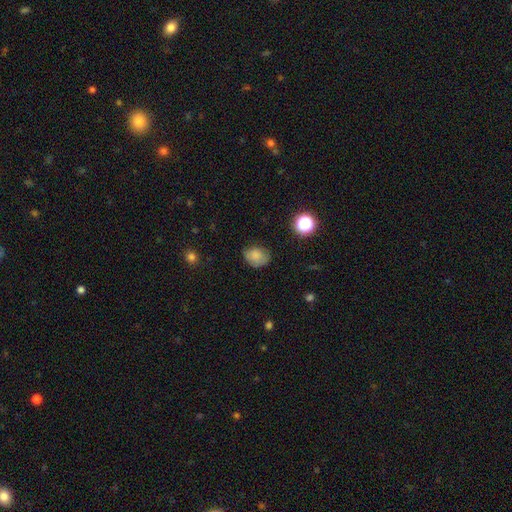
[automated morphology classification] Smooth or featured: smooth — 76% (featured or disk — 13%)
How rounded: in between — 63% (round — 36%)
Merging: none — 63% (minor disturbance — 28%)